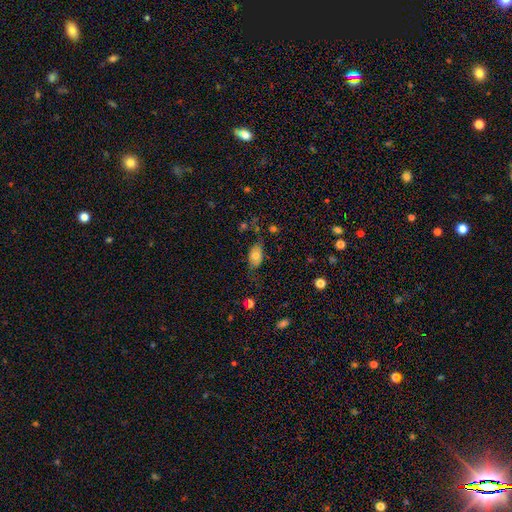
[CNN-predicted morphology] Overall: smooth (69%). How rounded: in between (87%). Merging: none (59%; minor disturbance 27%).